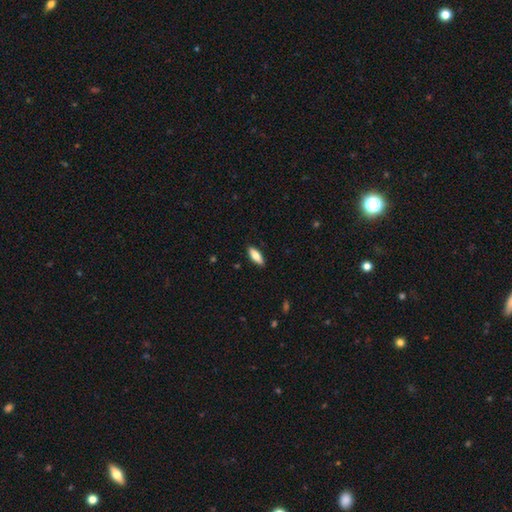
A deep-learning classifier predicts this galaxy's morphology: A smooth galaxy with no disk features (75%) that is in between round and cigar-shaped (65%).

Vote fractions:
- Smooth or featured? smooth: 75% / featured or disk: 19% / star or artifact: 6%
- How rounded? in between: 65% / cigar-shaped: 33% / round: 2%
- Merging? none: 89% / minor disturbance: 9% / major disturbance: 2% / merger: 1%